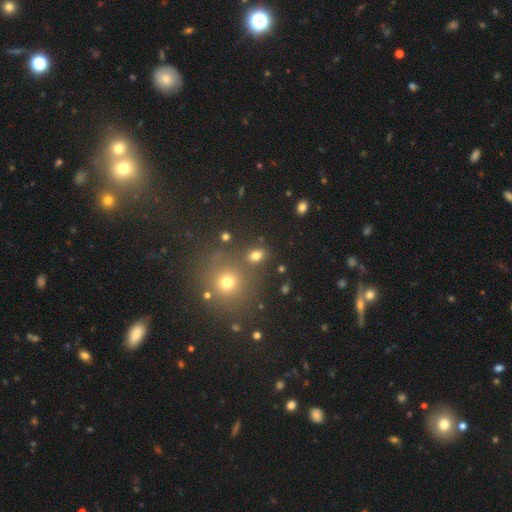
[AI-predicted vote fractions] Smooth or featured?
  - smooth: 74% *
  - star or artifact: 18%
  - featured or disk: 8%
How rounded?
  - in between: 57% *
  - round: 41%
  - cigar-shaped: 2%
Merging?
  - none: 76% *
  - merger: 10%
  - minor disturbance: 10%
  - major disturbance: 4%